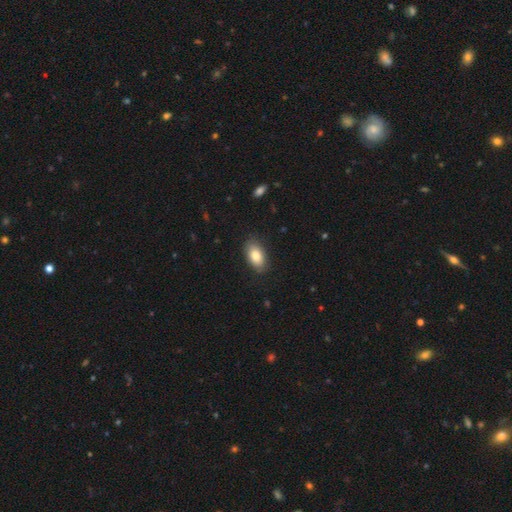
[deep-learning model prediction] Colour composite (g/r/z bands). It shows a smooth galaxy with no disk features (84%) that is in between round and cigar-shaped (93%). Merging: none (83%).